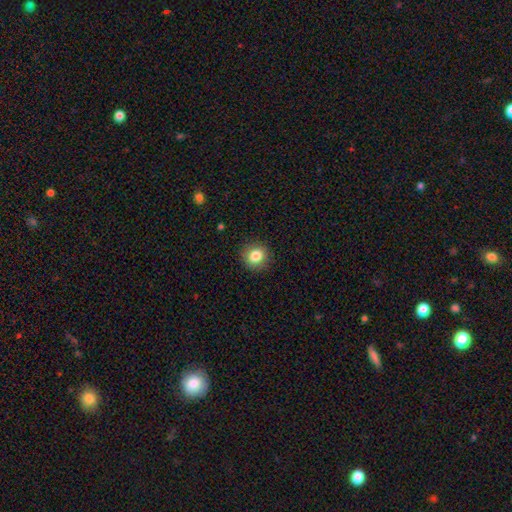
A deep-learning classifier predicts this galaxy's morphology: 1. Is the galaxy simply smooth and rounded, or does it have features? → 84% smooth, 10% star or artifact, 6% featured or disk.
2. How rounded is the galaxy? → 87% round, 12% in between, 1% cigar-shaped.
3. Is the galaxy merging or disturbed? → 89% none, 8% minor disturbance, 2% major disturbance, 1% merger.